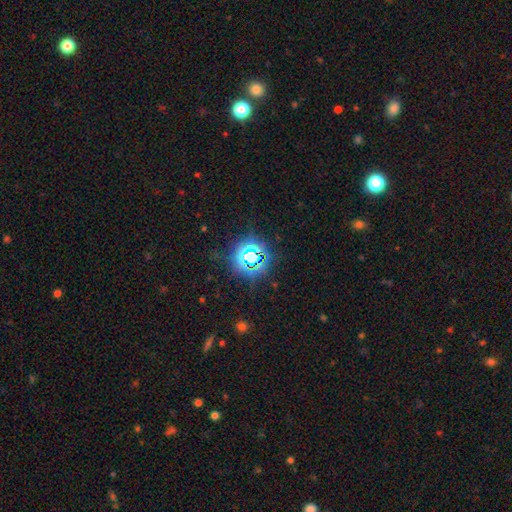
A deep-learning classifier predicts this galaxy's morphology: A star or artifact, not a galaxy (78%).